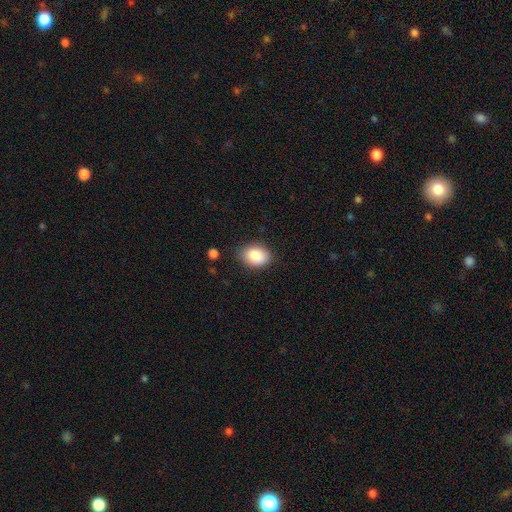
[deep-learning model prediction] Smooth or featured?
  - smooth: 88% *
  - star or artifact: 8%
  - featured or disk: 4%
How rounded?
  - in between: 75% *
  - round: 24%
  - cigar-shaped: 1%
Merging?
  - none: 81% *
  - minor disturbance: 14%
  - major disturbance: 3%
  - merger: 2%